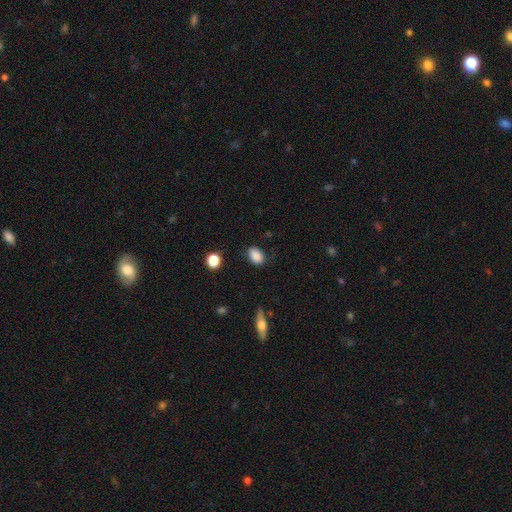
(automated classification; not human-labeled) Smooth or featured?
  - smooth: 87% *
  - star or artifact: 8%
  - featured or disk: 5%
How rounded?
  - in between: 80% *
  - round: 18%
  - cigar-shaped: 1%
Merging?
  - none: 77% *
  - minor disturbance: 17%
  - major disturbance: 4%
  - merger: 2%